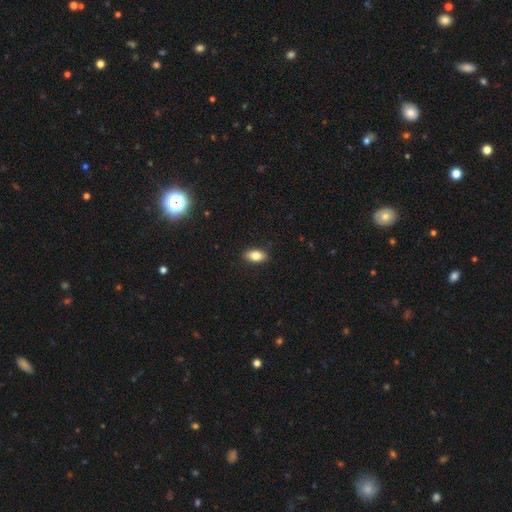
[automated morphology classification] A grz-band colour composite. It shows a smooth galaxy with no disk features (81%) that is in between round and cigar-shaped (89%). Merging: none (89%).